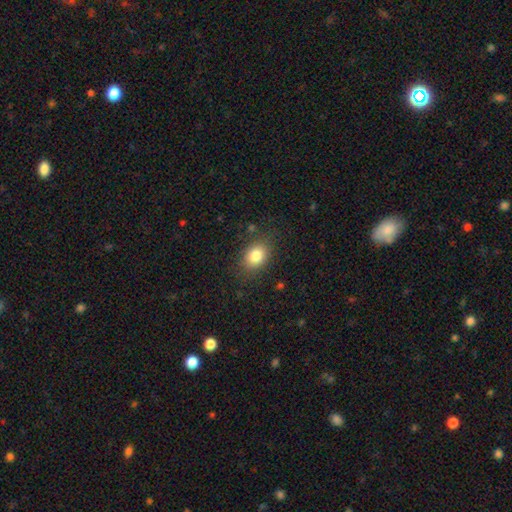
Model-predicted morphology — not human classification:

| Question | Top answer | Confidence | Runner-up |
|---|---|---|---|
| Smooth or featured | smooth | 83% | star or artifact (9%) |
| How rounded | in between | 71% | round (28%) |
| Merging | none | 83% | minor disturbance (12%) |